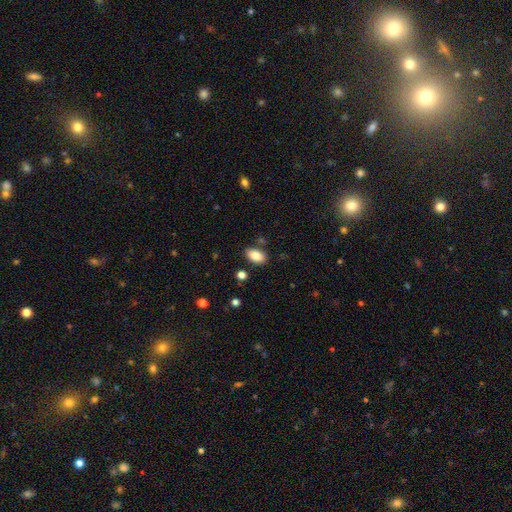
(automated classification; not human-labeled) smooth 86%, star or artifact 8%, featured or disk 6%. Down the decision tree: how rounded — in between (92%); merging — none (83%).